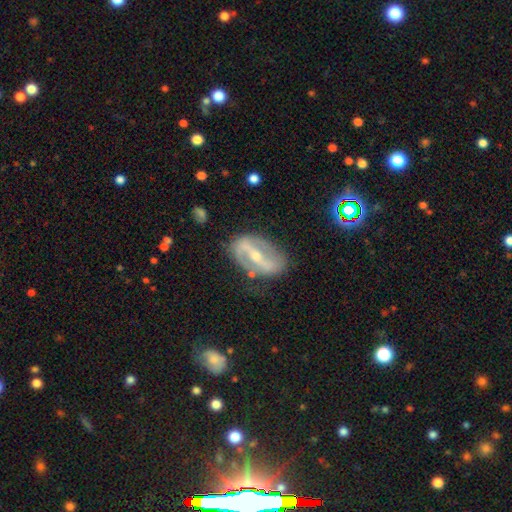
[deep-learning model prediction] Smooth or featured: featured or disk — 84% (smooth — 10%)
Edge-on disk: no — 92% (yes — 8%)
Bar: strong — 72% (weak — 18%)
Spiral arms: yes — 80% (no — 20%)
Spiral winding: loose — 43% (medium — 36%)
Spiral arm count: 2 — 87% (can't tell — 8%)
Bulge size: small — 56% (moderate — 41%)
Merging: none — 75% (minor disturbance — 17%)